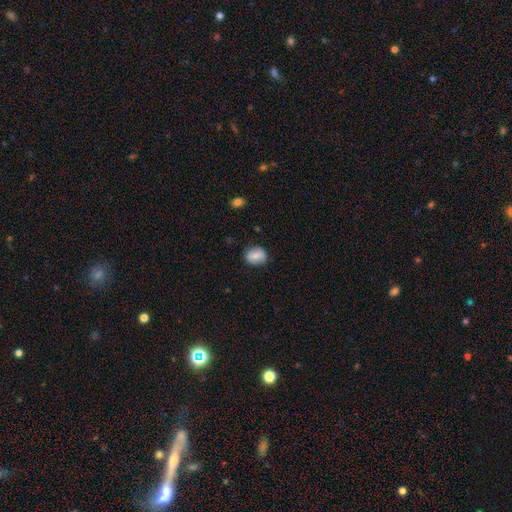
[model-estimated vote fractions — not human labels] This appears to be a smooth galaxy with no disk features (69%) that is round (53%). Merging: none (80%).